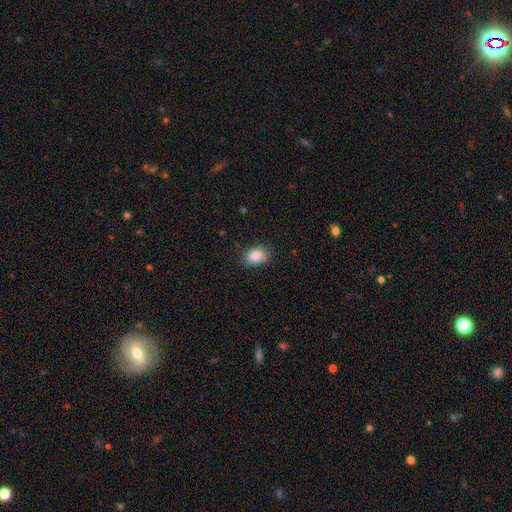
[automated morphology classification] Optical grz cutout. It shows a smooth galaxy with no disk features (87%) that is in between round and cigar-shaped (73%). Merging: none (78%).